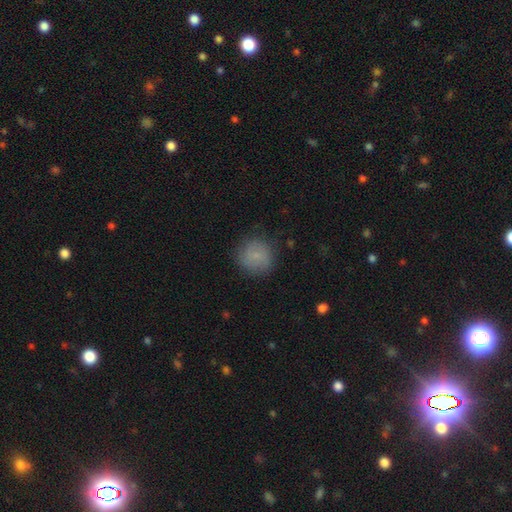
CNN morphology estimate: Smooth or featured? Predicted: smooth (p=0.80). How rounded? Predicted: round (p=0.91). Merging? Predicted: none (p=0.82).